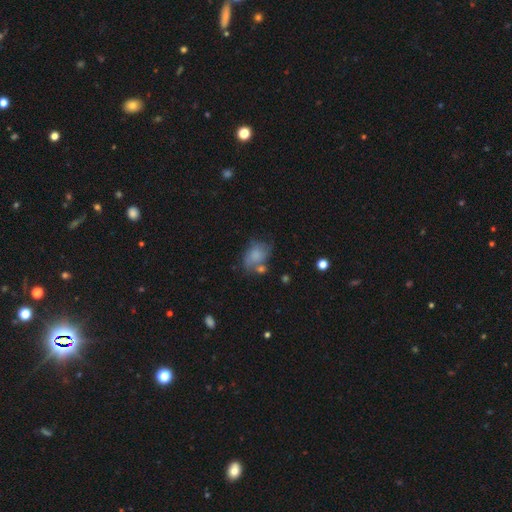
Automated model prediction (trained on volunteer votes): The model was most divided on "merging": none: 41%, minor disturbance: 27%, merger: 18%, major disturbance: 15%. More confident: how rounded — in between (70%); smooth or featured — smooth (68%).